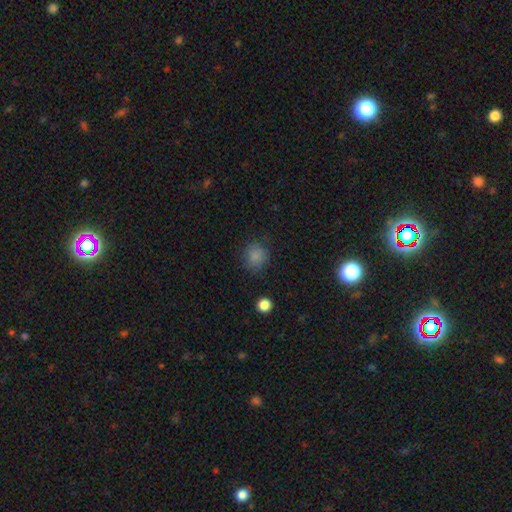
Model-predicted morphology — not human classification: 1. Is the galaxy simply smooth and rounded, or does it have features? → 83% smooth, 13% star or artifact, 4% featured or disk.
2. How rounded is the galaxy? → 81% round, 18% in between, 1% cigar-shaped.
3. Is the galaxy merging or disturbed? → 81% none, 13% minor disturbance, 5% major disturbance, 1% merger.